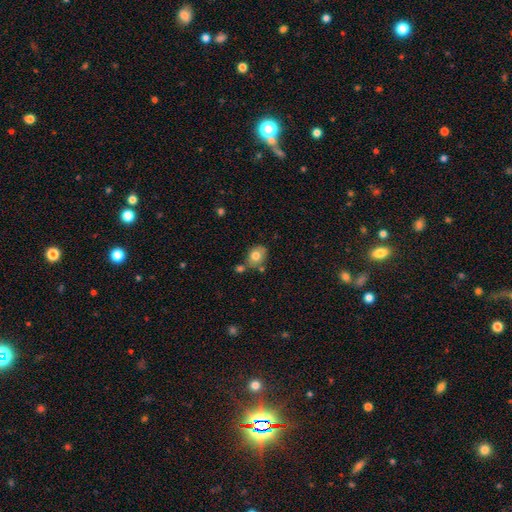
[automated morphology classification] Smooth or featured? Predicted: smooth (p=0.77). How rounded? Predicted: in between (p=0.53). Merging? Predicted: none (p=0.59).